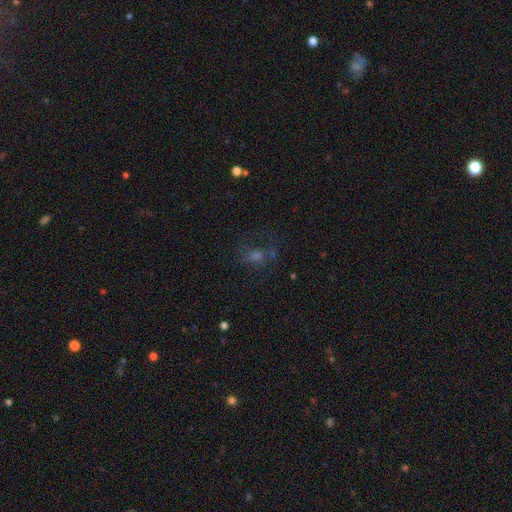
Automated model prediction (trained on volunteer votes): The model was most divided on "smooth or featured": smooth: 35%, featured or disk: 33%, star or artifact: 32%. Remaining: merging — none (46%).